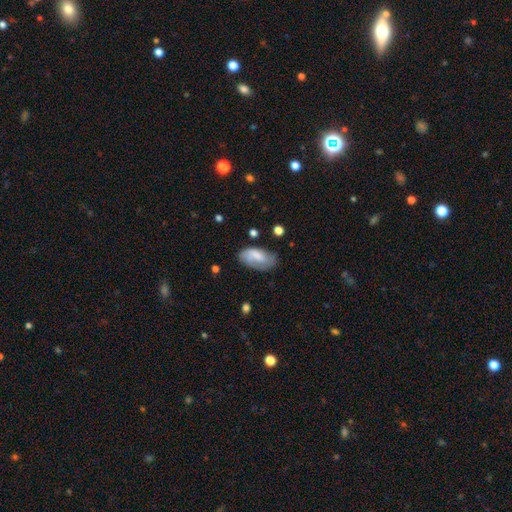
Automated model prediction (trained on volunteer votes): Smooth or featured: smooth — 64% (featured or disk — 29%)
How rounded: in between — 93% (round — 4%)
Merging: none — 55% (minor disturbance — 29%)